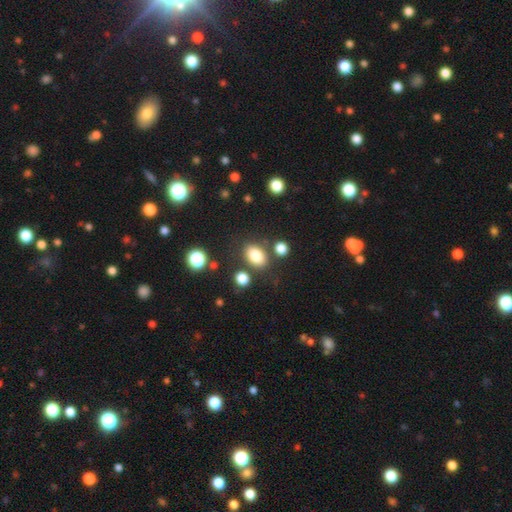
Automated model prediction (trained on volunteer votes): Overall: smooth (82%). How rounded: in between (77%). Merging: none (75%).